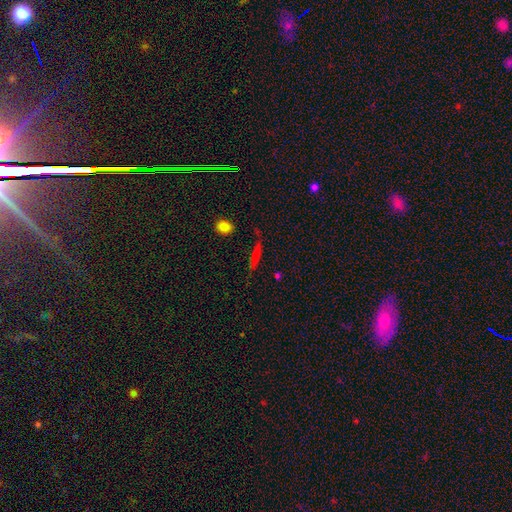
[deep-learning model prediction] smooth 58%, featured or disk 27%, star or artifact 15%. Down the decision tree: how rounded — cigar-shaped (82%); merging — none (78%).